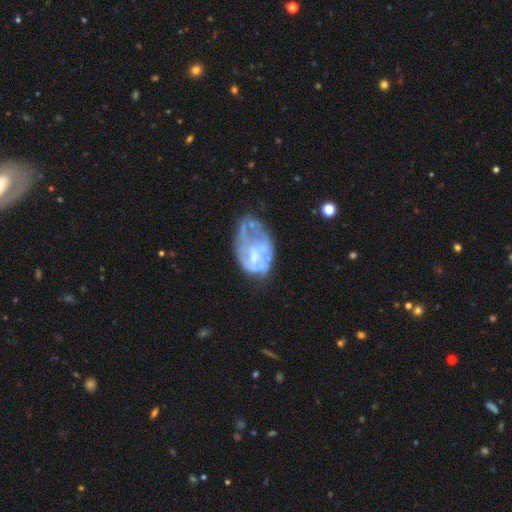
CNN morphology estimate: smooth-or-featured: featured or disk: 66% | smooth: 26% | star or artifact: 9%
  disk-edge-on: no: 98% | yes: 2%
    bar: no: 76% | weak: 20% | strong: 4%
    has-spiral-arms: no: 71% | yes: 29%
    bulge-size: small: 40% | none: 29% | moderate: 27% | large: 2% | dominant: 1%
  merging: major disturbance: 35% | none: 29% | minor disturbance: 26% | merger: 10%